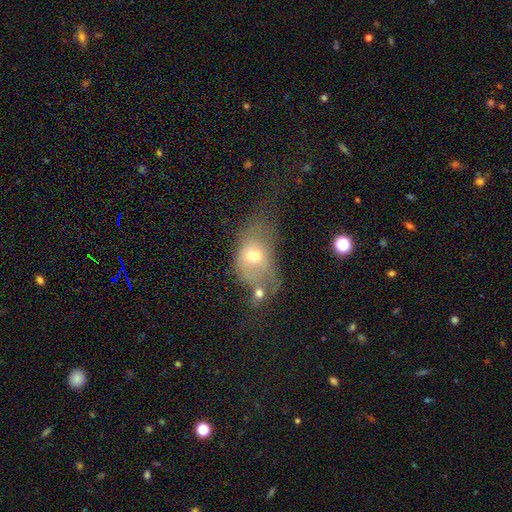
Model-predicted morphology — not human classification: Smooth or featured?
  - smooth: 55% *
  - featured or disk: 33%
  - star or artifact: 12%
How rounded?
  - in between: 78% *
  - round: 19%
  - cigar-shaped: 3%
Merging?
  - merger: 36% *
  - major disturbance: 27%
  - none: 20%
  - minor disturbance: 16%